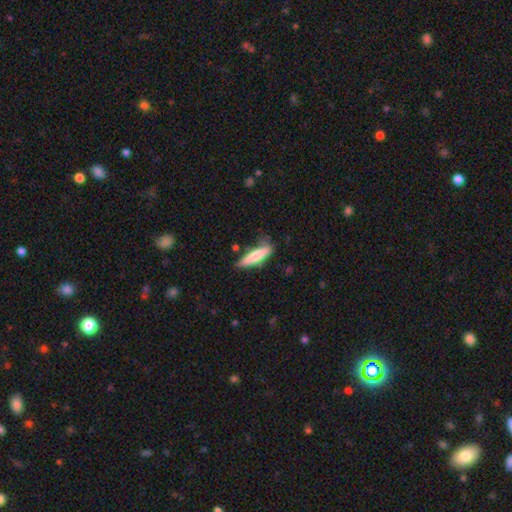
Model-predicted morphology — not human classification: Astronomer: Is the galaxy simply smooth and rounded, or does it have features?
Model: smooth — 74%.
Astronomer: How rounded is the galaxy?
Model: cigar-shaped — 75%.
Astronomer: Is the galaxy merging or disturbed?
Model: none — 63%.